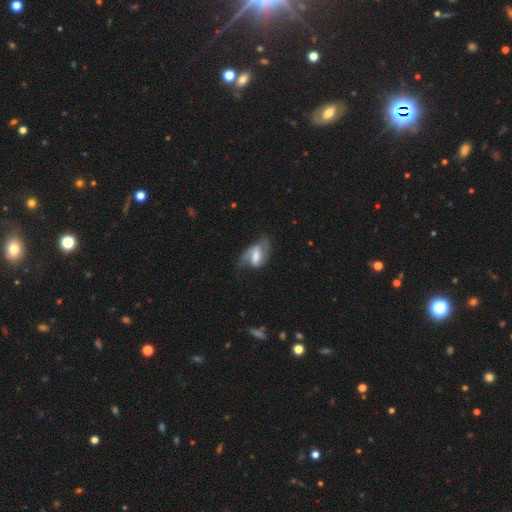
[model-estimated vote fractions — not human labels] featured or disk 65%, smooth 29%, star or artifact 7%. Down the decision tree: edge-on disk — no (94%); bar — weak (43%); spiral arms — yes (82%); spiral arm count — 2 (68%); spiral winding — loose (45%); bulge size — moderate (41%); merging — none (44%).